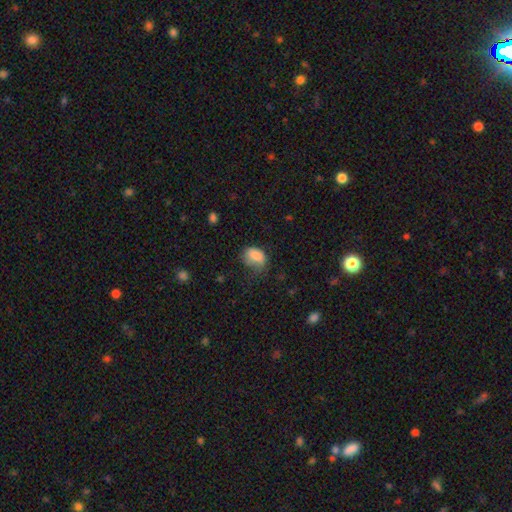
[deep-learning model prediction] This is clearly a smooth galaxy (83%). How rounded: likely in between (79%). Merging: marginally none (39%).